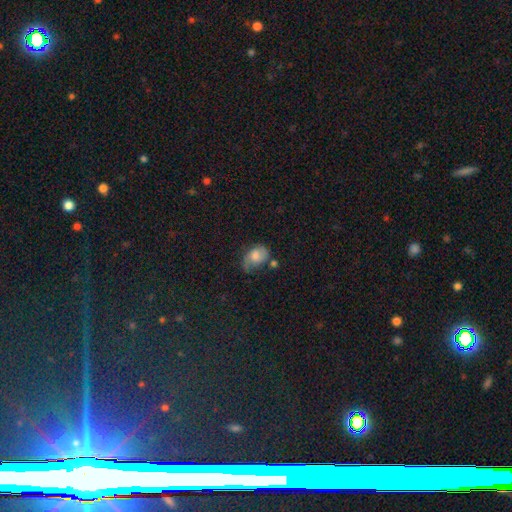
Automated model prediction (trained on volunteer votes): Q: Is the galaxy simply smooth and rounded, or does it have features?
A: smooth — 56%.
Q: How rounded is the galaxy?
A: in between — 77%.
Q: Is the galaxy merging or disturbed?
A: none — 38%.